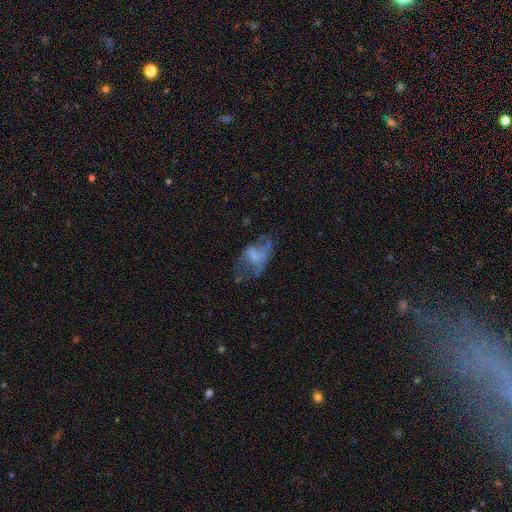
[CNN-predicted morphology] A featured or disk galaxy (53%) with no bar (67%), no spiral arms (53%) and no central bulge (48%).

Vote fractions:
- Smooth or featured? featured or disk: 53% / smooth: 35% / star or artifact: 12%
- Edge-on disk? no: 97% / yes: 3%
- Bar? no: 67% / weak: 28% / strong: 6%
- Spiral arms? no: 53% / yes: 47%
- Bulge size? none: 48% / small: 22% / moderate: 20% / large: 9% / dominant: 2%
- Merging? major disturbance: 38% / none: 35% / minor disturbance: 22% / merger: 5%